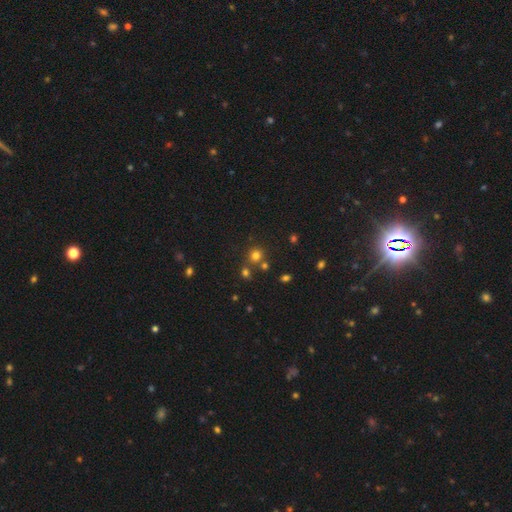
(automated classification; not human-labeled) smooth-or-featured: smooth: 72% | star or artifact: 22% | featured or disk: 7%
  how-rounded: round: 87% | in between: 12% | cigar-shaped: 1%
  merging: none: 70% | merger: 18% | minor disturbance: 8% | major disturbance: 3%